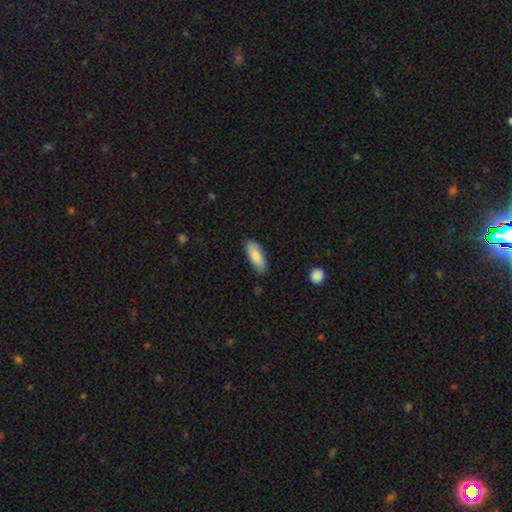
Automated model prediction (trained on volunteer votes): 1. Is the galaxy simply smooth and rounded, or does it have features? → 84% smooth, 11% featured or disk, 6% star or artifact.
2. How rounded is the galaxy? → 71% in between, 27% cigar-shaped, 2% round.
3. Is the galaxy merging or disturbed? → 83% none, 13% minor disturbance, 2% major disturbance, 1% merger.